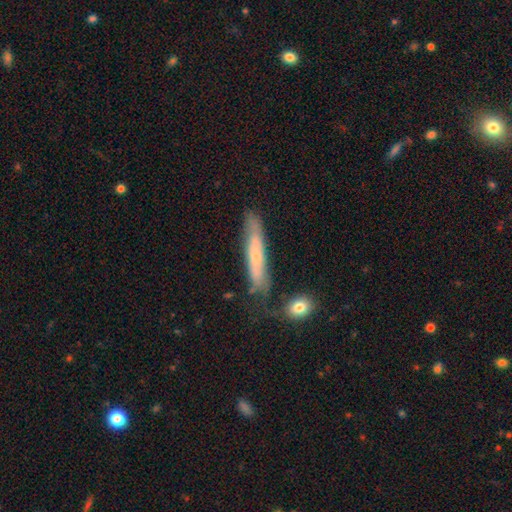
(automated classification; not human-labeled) Smooth or featured?
  - smooth: 50% *
  - featured or disk: 44%
  - star or artifact: 7%
Merging?
  - none: 65% *
  - minor disturbance: 22%
  - merger: 7%
  - major disturbance: 6%